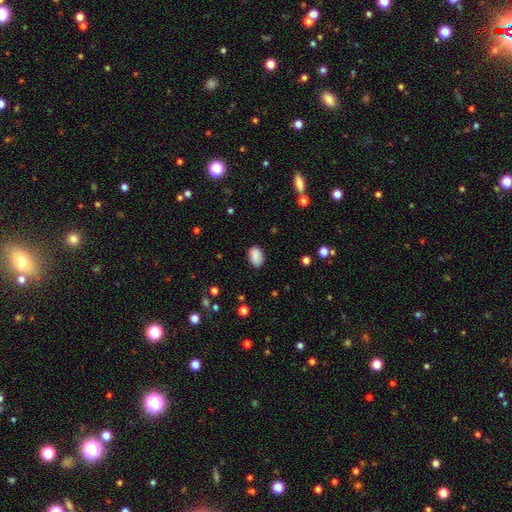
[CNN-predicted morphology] smooth-or-featured: smooth: 87% | star or artifact: 8% | featured or disk: 5%
  how-rounded: in between: 87% | round: 11% | cigar-shaped: 1%
  merging: none: 84% | minor disturbance: 12% | major disturbance: 3% | merger: 1%